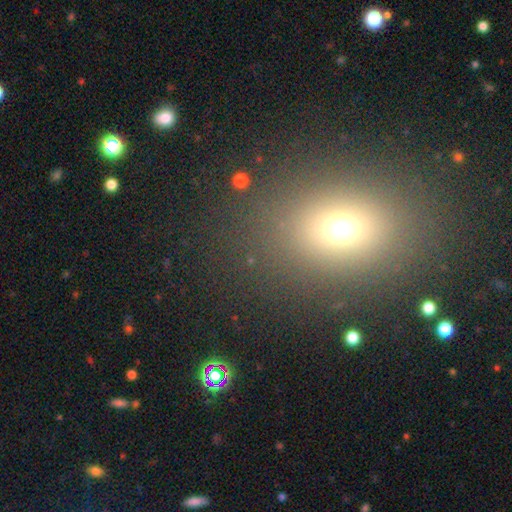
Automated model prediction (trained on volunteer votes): Smooth or featured: smooth — 58% (star or artifact — 32%)
How rounded: in between — 49% (round — 48%)
Merging: none — 87% (minor disturbance — 7%)